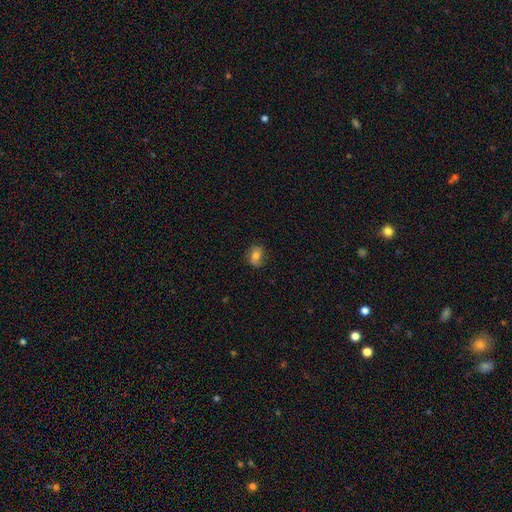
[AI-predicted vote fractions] Overall: smooth (70%). How rounded: in between (63%; round 35%). Merging: none (73%).